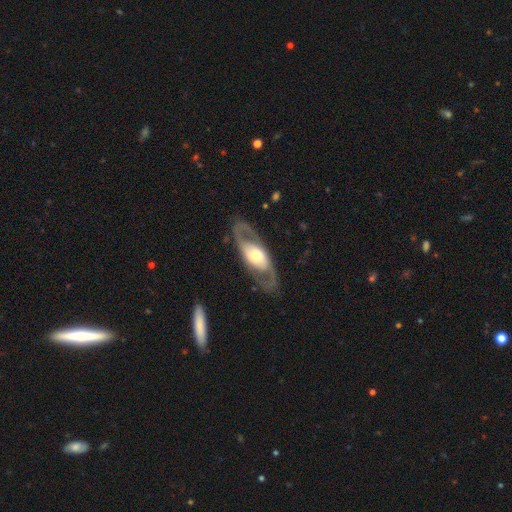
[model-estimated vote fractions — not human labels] Smooth or featured? Predicted: featured or disk (p=0.78). Edge-on disk? Predicted: no (p=0.88). Bar? Predicted: no (p=0.60). Spiral arms? Predicted: yes (p=0.69). Bulge size? Predicted: moderate (p=0.49). Merging? Predicted: none (p=0.80).